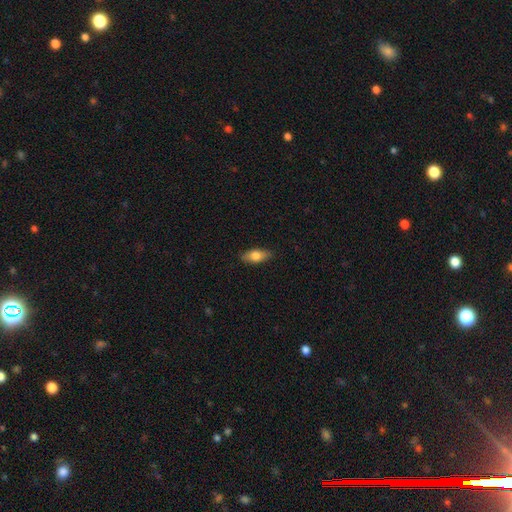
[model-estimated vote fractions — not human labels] Smooth or featured? Predicted: smooth (p=0.74). How rounded? Predicted: in between (p=0.82). Merging? Predicted: none (p=0.87).